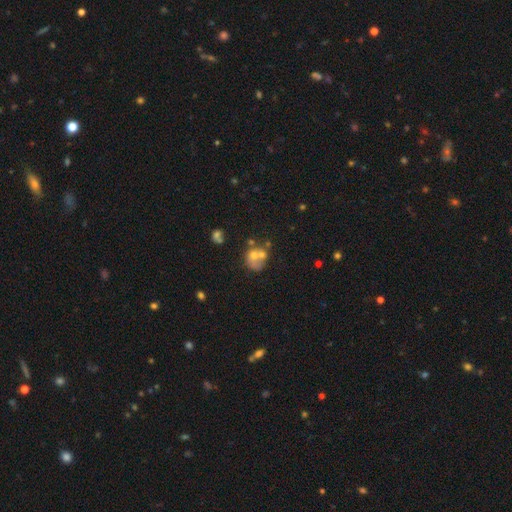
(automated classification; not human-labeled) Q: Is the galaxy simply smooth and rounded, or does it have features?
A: smooth — 55%.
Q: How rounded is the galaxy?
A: round — 59%.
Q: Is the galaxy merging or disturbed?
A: merger — 45%.